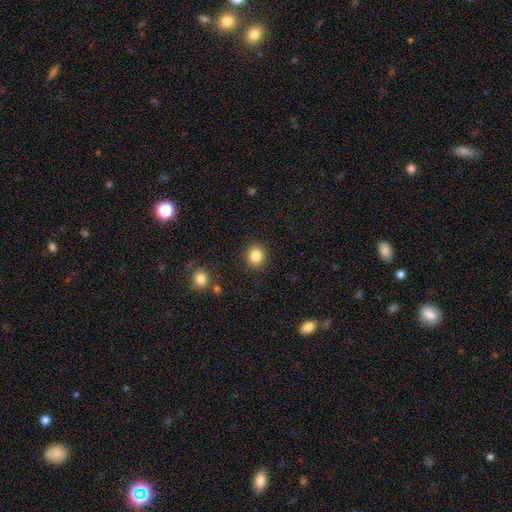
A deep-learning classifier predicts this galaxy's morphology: This is clearly a smooth galaxy (85%). How rounded: clearly round (84%). Merging: clearly none (91%).